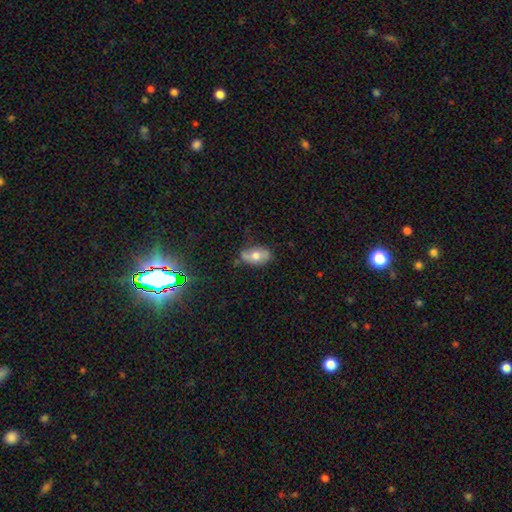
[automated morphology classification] Smooth or featured? Predicted: smooth (p=0.54). How rounded? Predicted: in between (p=0.90). Merging? Predicted: none (p=0.69).